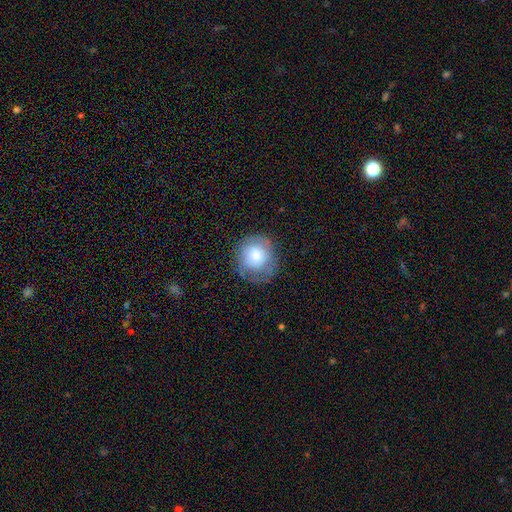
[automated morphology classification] smooth_or_featured: smooth (p=0.66) [alt: featured or disk p=0.26]
how_rounded: round (p=0.85) [alt: in between p=0.14]
merging: none (p=0.64) [alt: minor disturbance p=0.23]